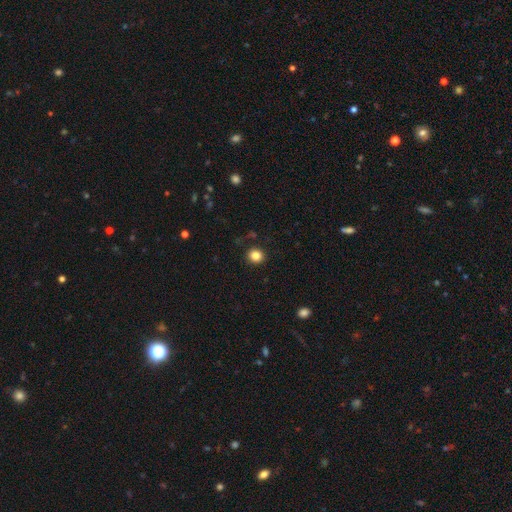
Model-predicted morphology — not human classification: Smooth or featured: smooth — 84% (star or artifact — 11%)
How rounded: round — 84% (in between — 15%)
Merging: none — 90% (minor disturbance — 7%)